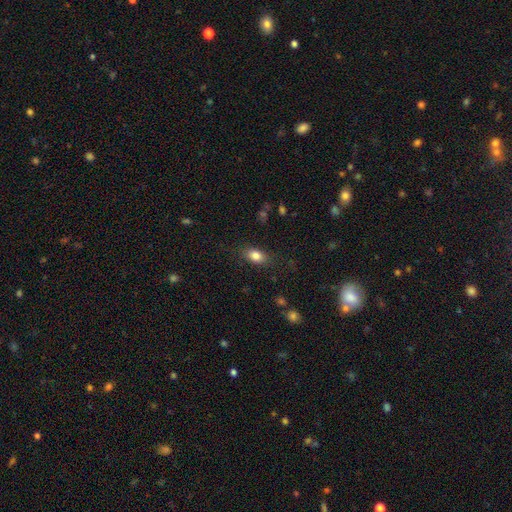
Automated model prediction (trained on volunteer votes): This is clearly a smooth galaxy (83%). How rounded: clearly in between (82%). Merging: clearly none (81%).